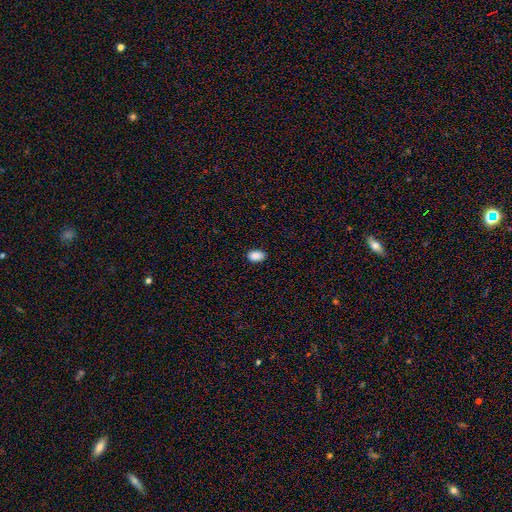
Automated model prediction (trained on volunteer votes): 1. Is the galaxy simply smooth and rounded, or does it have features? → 89% smooth, 8% star or artifact, 3% featured or disk.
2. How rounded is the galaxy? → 90% in between, 8% round, 1% cigar-shaped.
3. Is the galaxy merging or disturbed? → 85% none, 12% minor disturbance, 2% major disturbance, 1% merger.